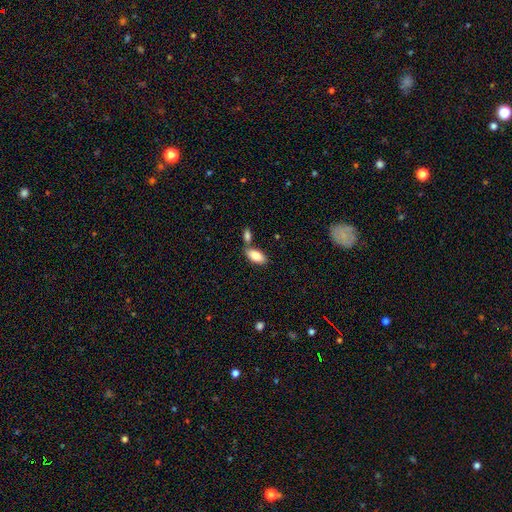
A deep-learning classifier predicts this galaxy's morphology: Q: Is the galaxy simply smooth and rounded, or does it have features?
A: smooth — 81%.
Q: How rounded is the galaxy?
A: in between — 90%.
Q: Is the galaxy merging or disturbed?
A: none — 62%.